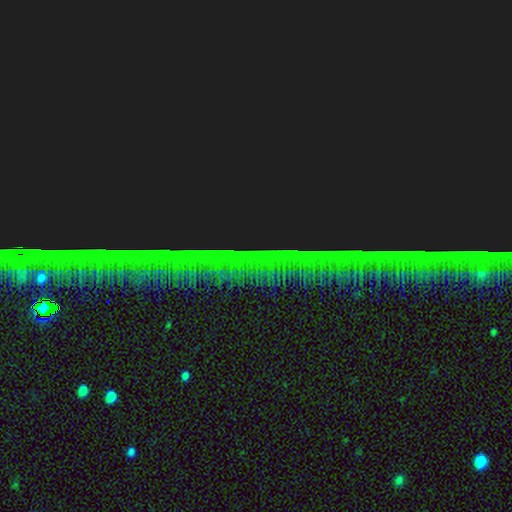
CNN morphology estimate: smooth_or_featured: star or artifact (p=0.87) [alt: featured or disk p=0.07]